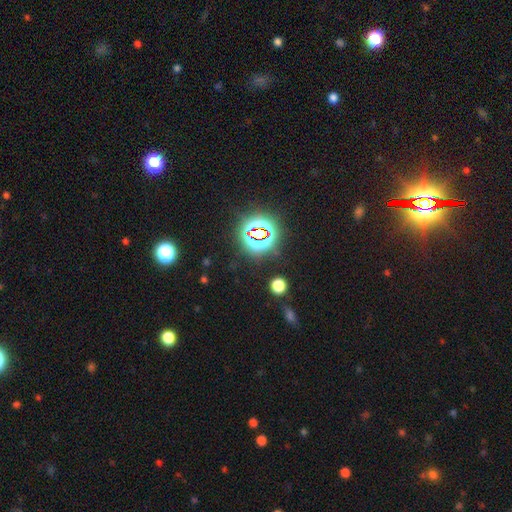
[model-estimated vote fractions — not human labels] The model was most divided on "smooth or featured": star or artifact: 82%, smooth: 11%, featured or disk: 7%.